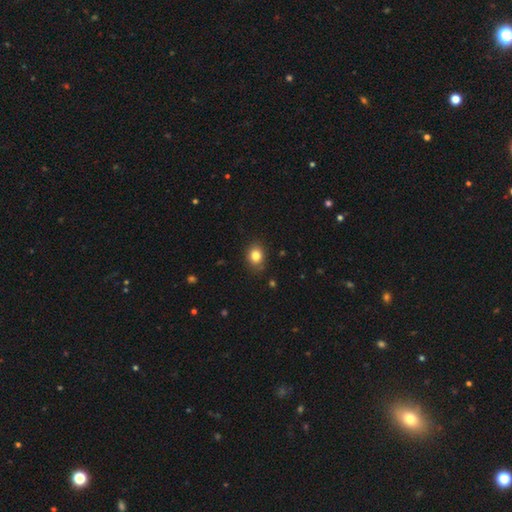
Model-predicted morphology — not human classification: A smooth galaxy with no disk features (83%) that is round (56%).

Vote fractions:
- Smooth or featured? smooth: 83% / star or artifact: 10% / featured or disk: 7%
- How rounded? round: 56% / in between: 43% / cigar-shaped: 1%
- Merging? none: 85% / minor disturbance: 11% / major disturbance: 2% / merger: 1%